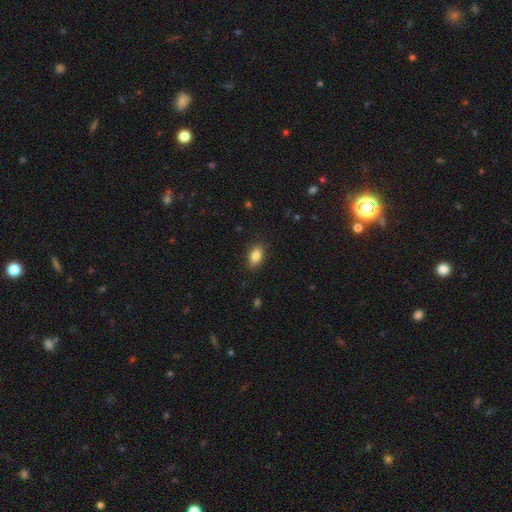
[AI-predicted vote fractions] Smooth or featured: smooth — 85% (star or artifact — 8%)
How rounded: in between — 87% (round — 11%)
Merging: none — 86% (minor disturbance — 10%)